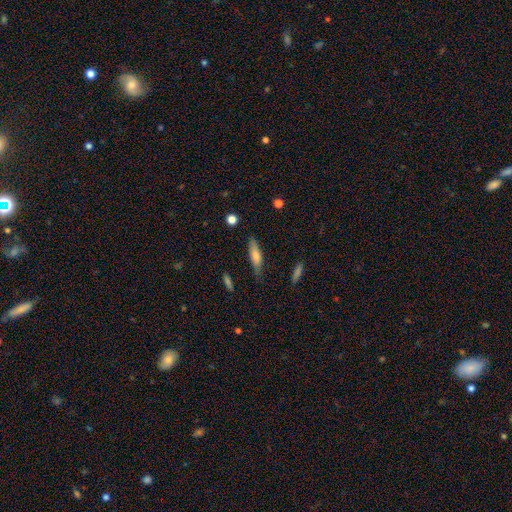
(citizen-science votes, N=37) A smooth galaxy with no disk features (62%) that is cigar-shaped (61%). Merging: none (77%).